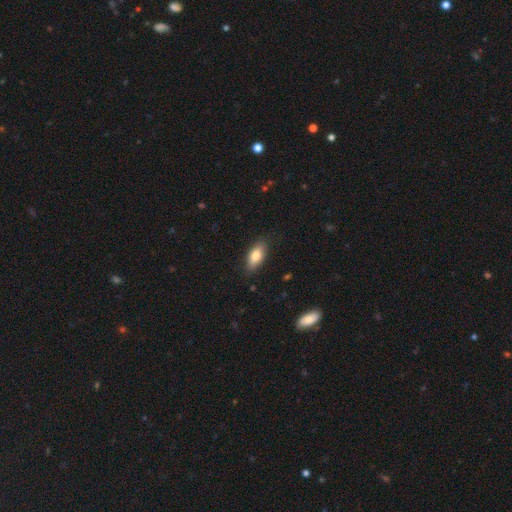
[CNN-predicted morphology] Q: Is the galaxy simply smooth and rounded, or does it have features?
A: smooth — 78%.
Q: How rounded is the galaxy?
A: in between — 84%.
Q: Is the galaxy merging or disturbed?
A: none — 85%.